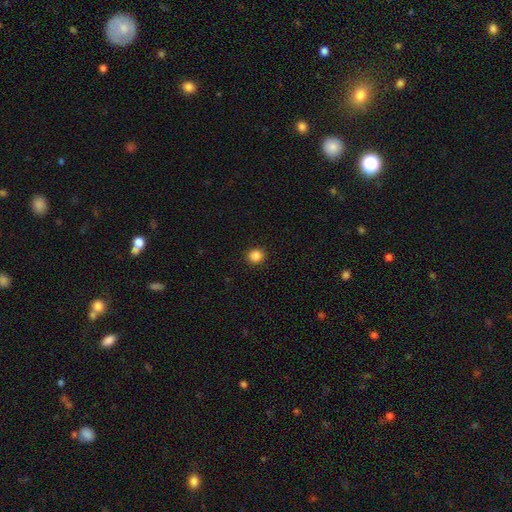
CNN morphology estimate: Overall: smooth (86%). How rounded: round (85%). Merging: none (92%).